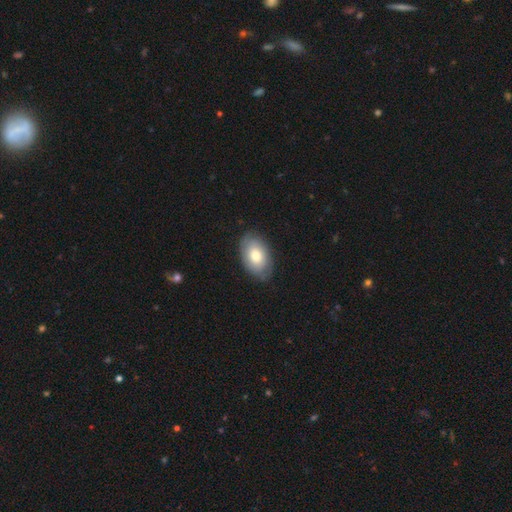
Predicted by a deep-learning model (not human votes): This is likely a smooth galaxy (70%). How rounded: clearly in between (90%). Merging: clearly none (80%).